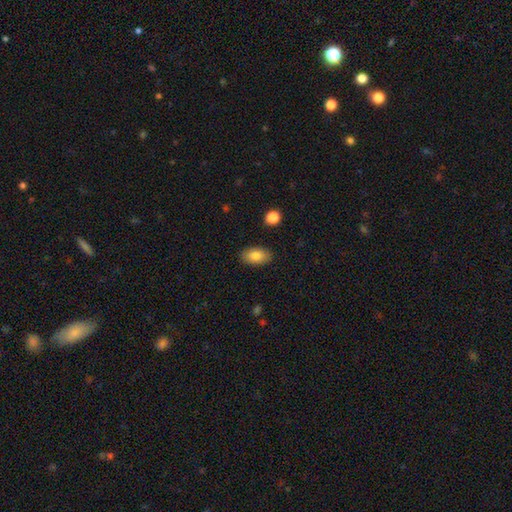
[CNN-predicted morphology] Smooth or featured? Predicted: smooth (p=0.85). How rounded? Predicted: in between (p=0.93). Merging? Predicted: none (p=0.87).